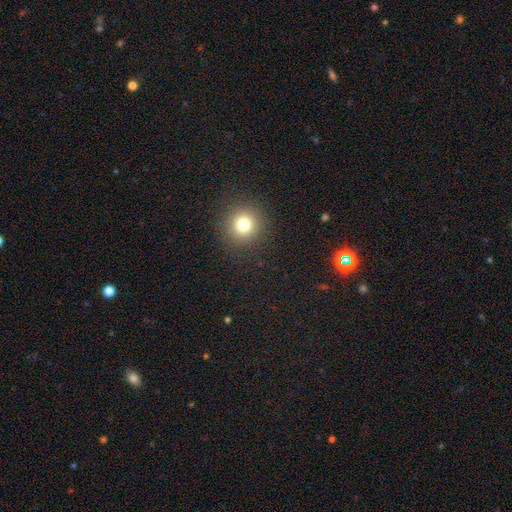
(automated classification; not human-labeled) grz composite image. It shows a smooth galaxy with no disk features (63%) that is round (94%). Merging: none (92%).